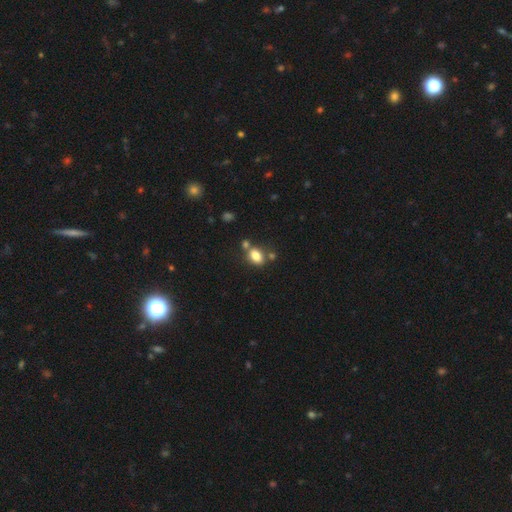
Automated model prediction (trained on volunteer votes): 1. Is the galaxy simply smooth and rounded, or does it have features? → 81% smooth, 10% star or artifact, 9% featured or disk.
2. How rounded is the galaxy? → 81% in between, 17% round, 2% cigar-shaped.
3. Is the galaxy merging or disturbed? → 61% none, 21% merger, 14% minor disturbance, 4% major disturbance.